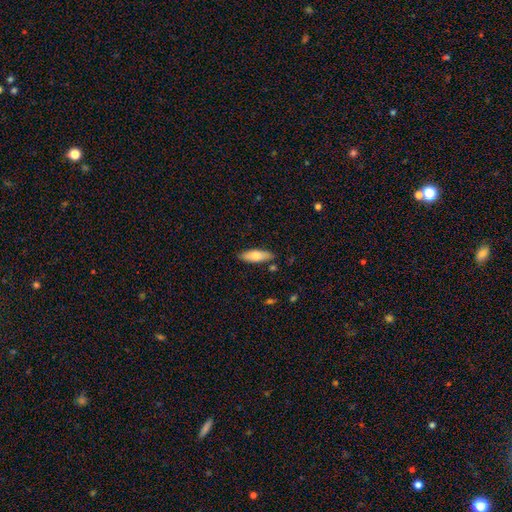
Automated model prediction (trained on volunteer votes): Smooth or featured?
  - smooth: 75% *
  - featured or disk: 20%
  - star or artifact: 6%
How rounded?
  - in between: 56% *
  - cigar-shaped: 42%
  - round: 2%
Merging?
  - none: 84% *
  - minor disturbance: 11%
  - merger: 3%
  - major disturbance: 2%